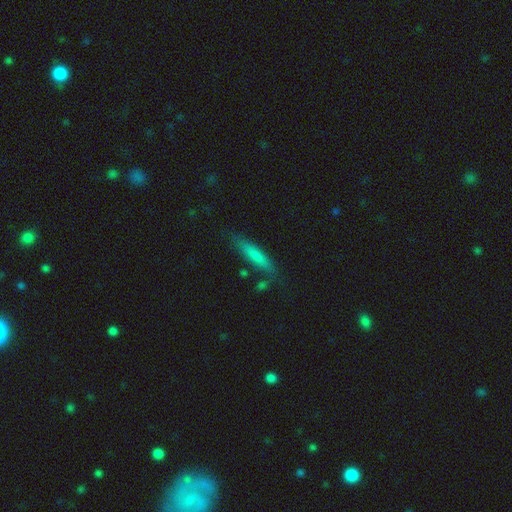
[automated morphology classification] Smooth or featured? smooth (74%)
How rounded? cigar-shaped (85%)
Merging? none (78%)